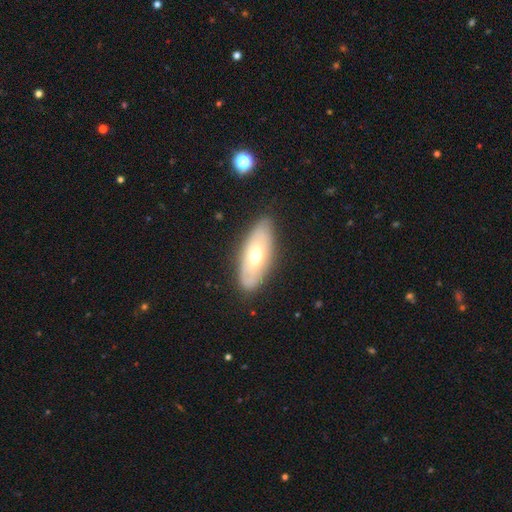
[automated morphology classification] Smooth or featured: featured or disk — 49% (smooth — 44%)
Merging: none — 82% (minor disturbance — 14%)